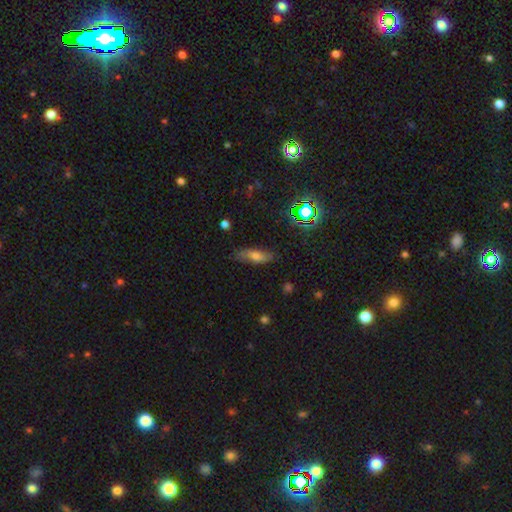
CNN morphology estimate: type=smooth (61%); roundness=in between (63%); merging=none (72%).